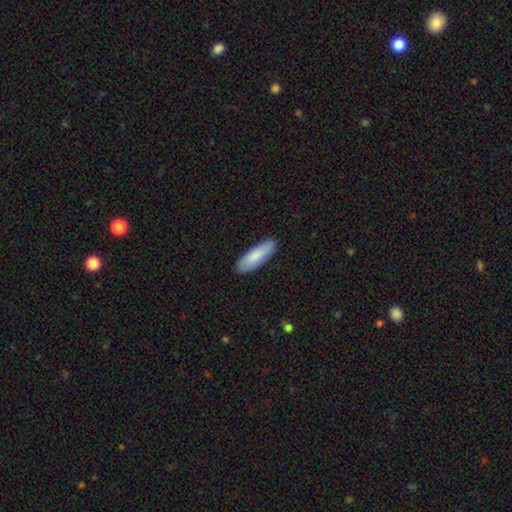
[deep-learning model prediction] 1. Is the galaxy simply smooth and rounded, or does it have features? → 84% smooth, 11% featured or disk, 5% star or artifact.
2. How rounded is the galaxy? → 52% in between, 47% cigar-shaped, 1% round.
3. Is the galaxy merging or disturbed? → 88% none, 9% minor disturbance, 2% major disturbance, 1% merger.